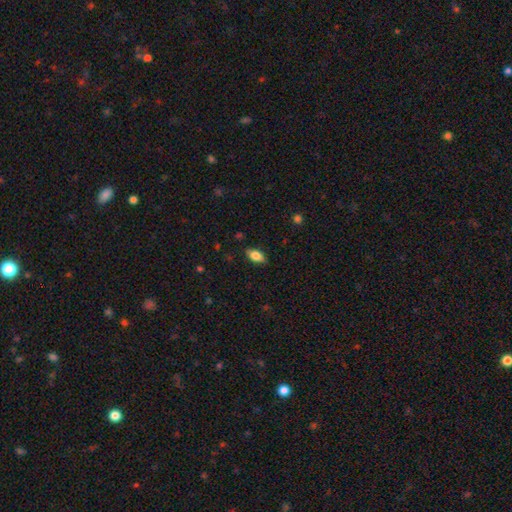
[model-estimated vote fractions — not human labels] Smooth or featured: smooth — 82% (featured or disk — 10%)
How rounded: in between — 90% (cigar-shaped — 5%)
Merging: none — 84% (minor disturbance — 12%)